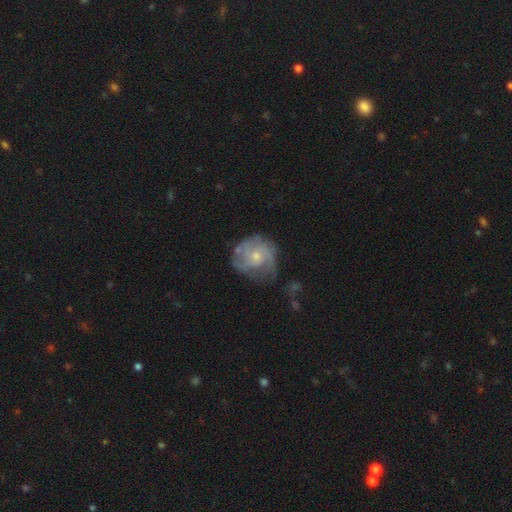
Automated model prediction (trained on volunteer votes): Smooth or featured? featured or disk (77%)
Edge-on disk? no (98%)
Bar? no (73%)
Spiral arms? yes (90%)
Spiral winding? tight (44%)
Spiral arm count? can't tell (31%)
Bulge size? small (59%)
Merging? none (56%)